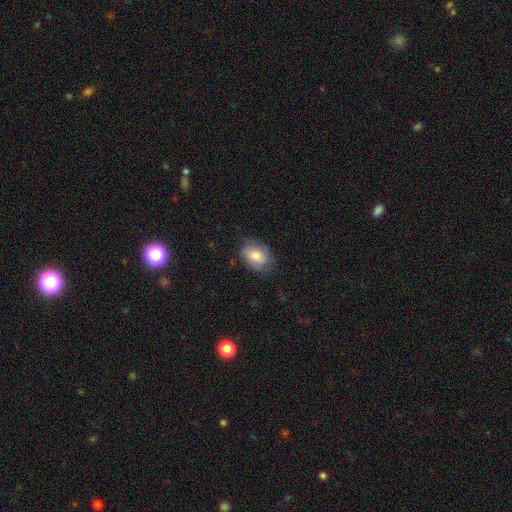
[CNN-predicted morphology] smooth 76%, featured or disk 17%, star or artifact 7%. Down the decision tree: how rounded — in between (77%); merging — none (71%).